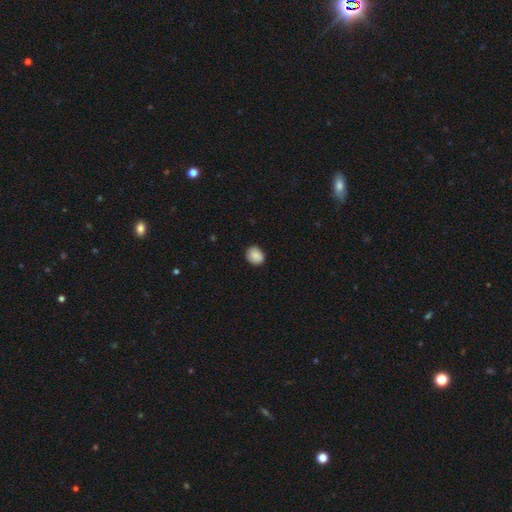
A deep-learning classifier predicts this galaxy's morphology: The model was most divided on "how rounded": round: 62%, in between: 37%, cigar-shaped: 1%. More confident: smooth or featured — smooth (88%); merging — none (85%).